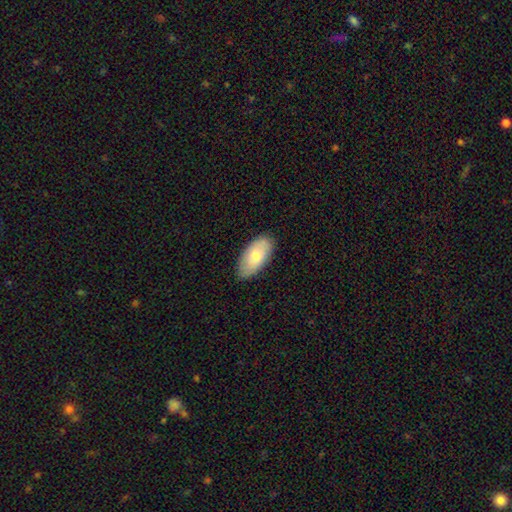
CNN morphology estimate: This appears to be a smooth galaxy with no disk features (71%) that is in between round and cigar-shaped (93%). Merging: none (84%).